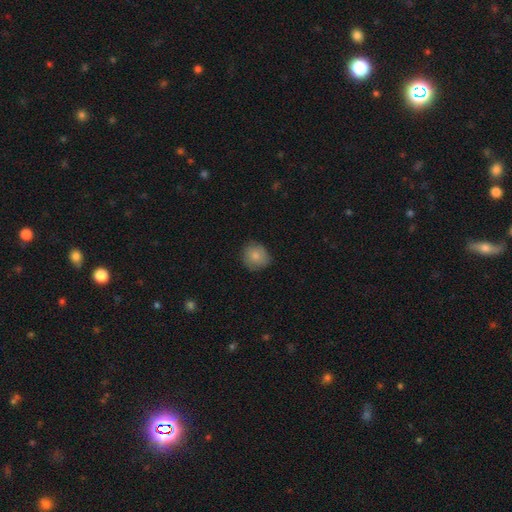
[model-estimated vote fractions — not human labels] A smooth galaxy with no disk features (81%) that is round (81%). Merging: none (79%).